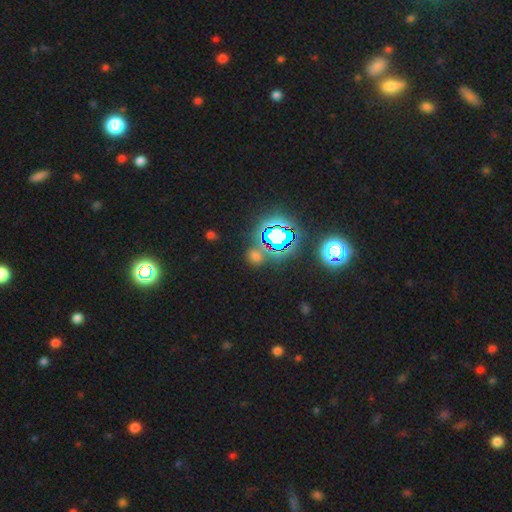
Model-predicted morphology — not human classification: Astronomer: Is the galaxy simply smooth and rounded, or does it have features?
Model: star or artifact — 56% (runner-up: smooth, 36%).